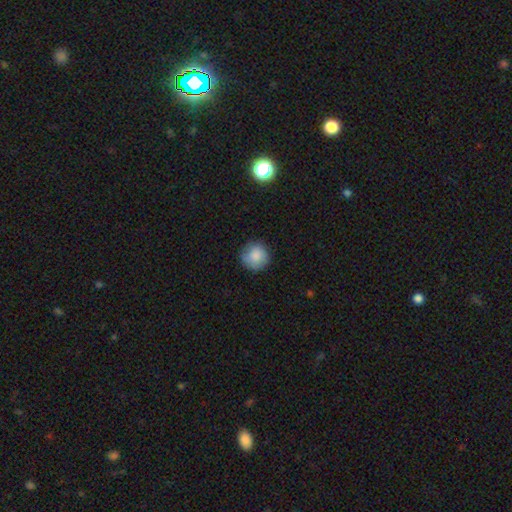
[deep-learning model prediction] Smooth or featured?
  - smooth: 83% *
  - featured or disk: 9%
  - star or artifact: 8%
How rounded?
  - round: 93% *
  - in between: 6%
  - cigar-shaped: 1%
Merging?
  - none: 80% *
  - minor disturbance: 16%
  - major disturbance: 3%
  - merger: 1%